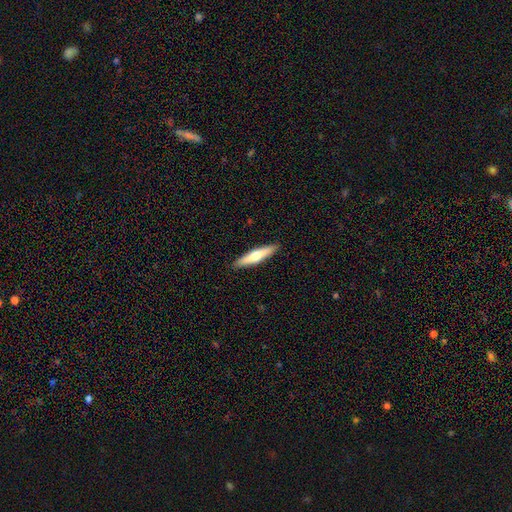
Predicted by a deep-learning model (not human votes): A smooth galaxy with no disk features (53%) that is cigar-shaped (85%). Merging: none (91%).